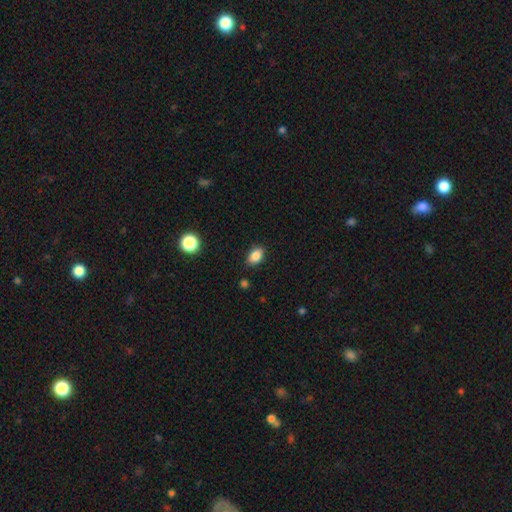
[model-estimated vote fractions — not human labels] Smooth or featured?
  - smooth: 86% *
  - star or artifact: 9%
  - featured or disk: 5%
How rounded?
  - in between: 86% *
  - round: 13%
  - cigar-shaped: 2%
Merging?
  - none: 85% *
  - minor disturbance: 11%
  - major disturbance: 2%
  - merger: 1%